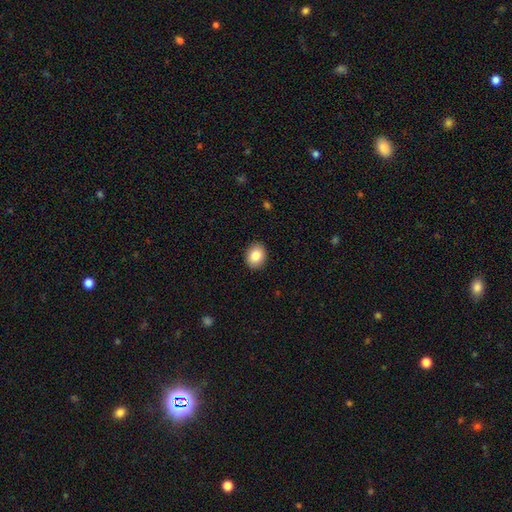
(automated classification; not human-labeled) smooth 85%, star or artifact 8%, featured or disk 6%. Down the decision tree: how rounded — round (52%); merging — none (90%).